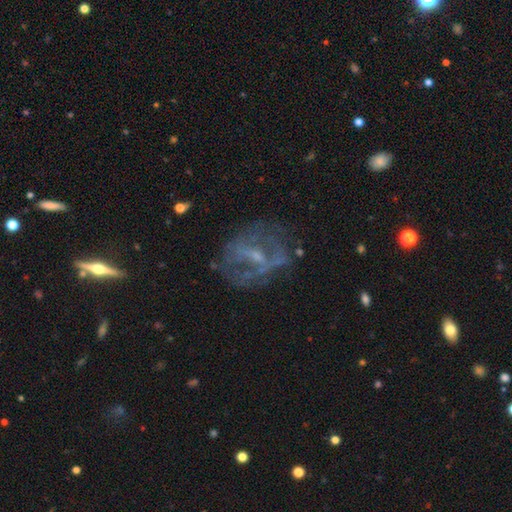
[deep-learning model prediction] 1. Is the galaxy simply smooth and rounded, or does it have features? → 65% featured or disk, 18% star or artifact, 17% smooth.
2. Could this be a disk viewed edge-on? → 90% no, 10% yes.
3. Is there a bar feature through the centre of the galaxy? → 43% weak, 33% no, 24% strong.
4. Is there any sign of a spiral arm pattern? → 56% yes, 44% no.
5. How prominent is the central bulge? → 64% small, 21% moderate, 12% none, 1% large, 1% dominant.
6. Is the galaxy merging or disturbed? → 65% none, 18% minor disturbance, 14% major disturbance, 3% merger.